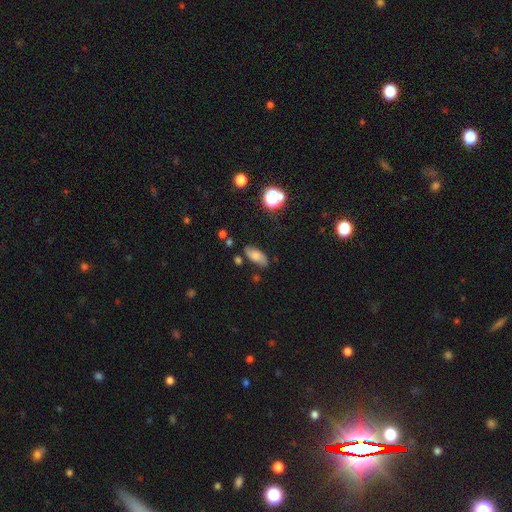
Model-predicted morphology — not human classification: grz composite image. It shows a smooth galaxy with no disk features (67%) that is in between round and cigar-shaped (85%). Merging: none (75%).